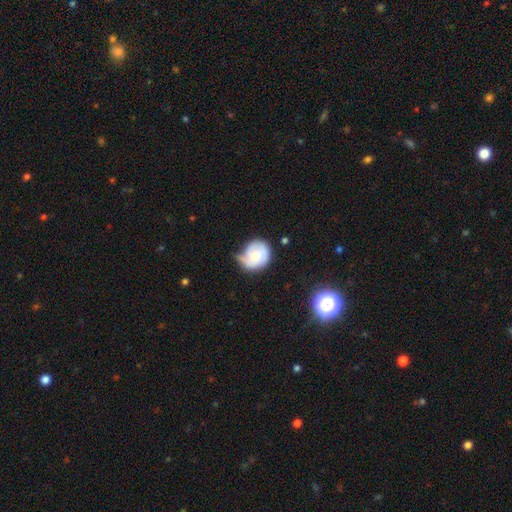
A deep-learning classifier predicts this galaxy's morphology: A smooth galaxy with no disk features (51%) that is round (73%).

Vote fractions:
- Smooth or featured? smooth: 51% / featured or disk: 42% / star or artifact: 7%
- How rounded? round: 73% / in between: 26% / cigar-shaped: 1%
- Merging? minor disturbance: 41% / none: 35% / major disturbance: 19% / merger: 5%